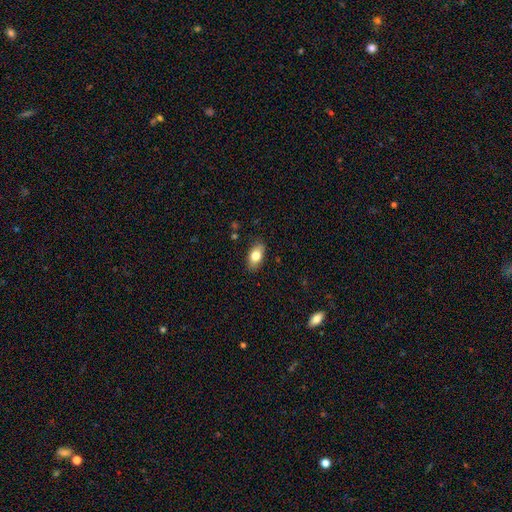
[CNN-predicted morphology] type=smooth (79%); roundness=in between (90%); merging=none (86%).